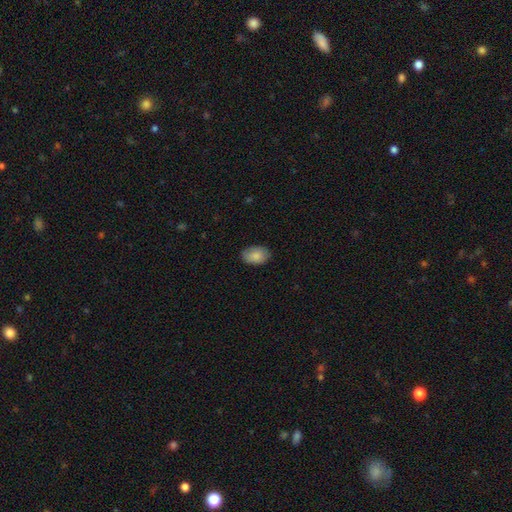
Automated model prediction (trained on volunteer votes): Smooth or featured? Predicted: smooth (p=0.86). How rounded? Predicted: in between (p=0.88). Merging? Predicted: none (p=0.83).